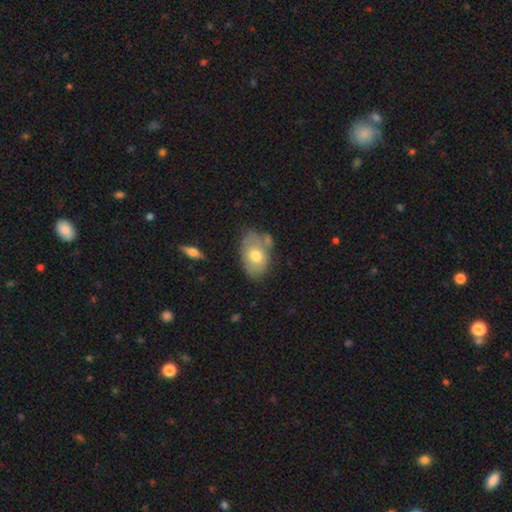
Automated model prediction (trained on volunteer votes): Overall: smooth (65%; featured or disk 28%). How rounded: in between (87%). Merging: none (57%; minor disturbance 24%).